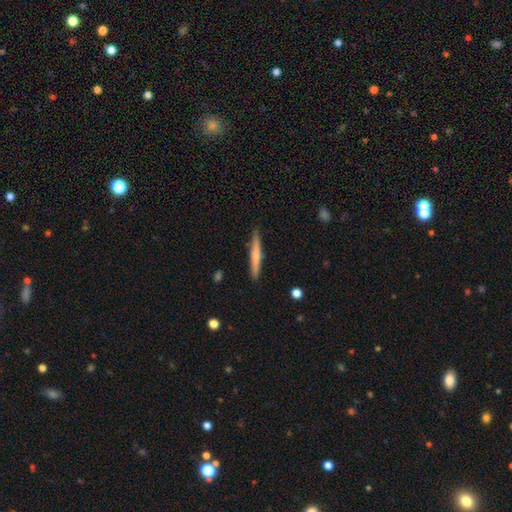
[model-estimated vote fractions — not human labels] Morphology: type=smooth (61%); roundness=cigar-shaped (96%); merging=none (90%).